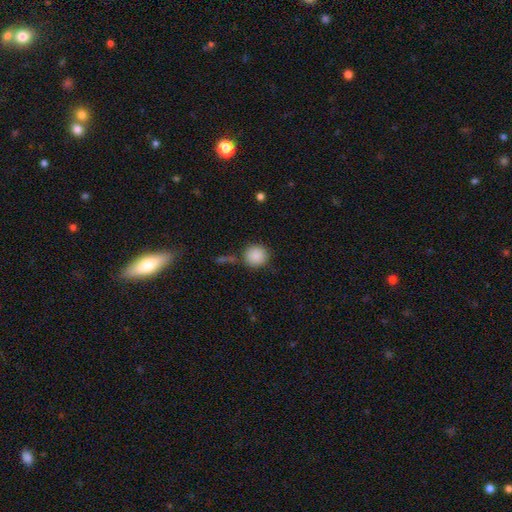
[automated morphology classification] A smooth galaxy with no disk features (88%) that is round (92%).

Vote fractions:
- Smooth or featured? smooth: 88% / star or artifact: 8% / featured or disk: 4%
- How rounded? round: 92% / in between: 7% / cigar-shaped: 1%
- Merging? none: 80% / minor disturbance: 10% / merger: 6% / major disturbance: 4%